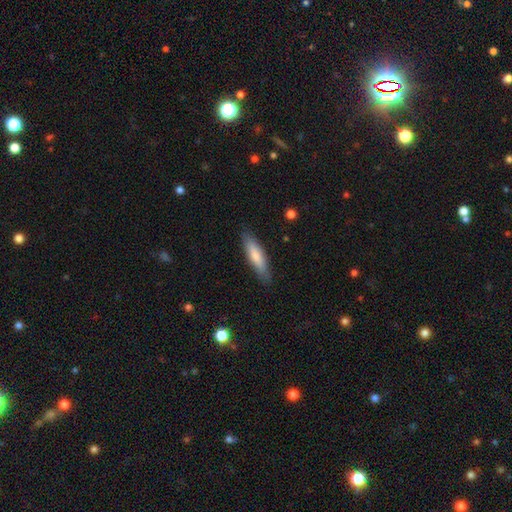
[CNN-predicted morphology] Smooth or featured: smooth — 72% (featured or disk — 23%)
How rounded: cigar-shaped — 71% (in between — 27%)
Merging: none — 85% (minor disturbance — 11%)